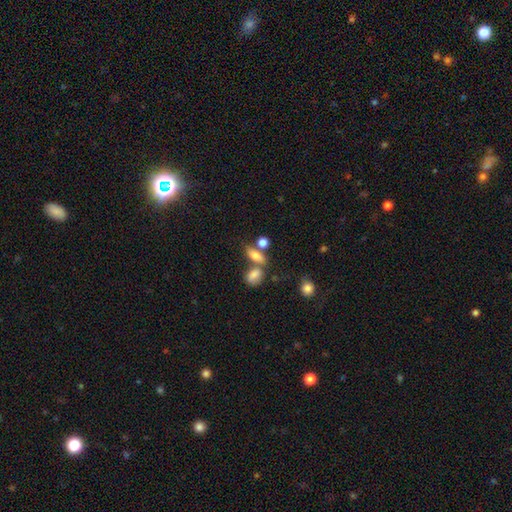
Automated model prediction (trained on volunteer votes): Smooth or featured? smooth (74%)
How rounded? in between (71%)
Merging? none (45%)